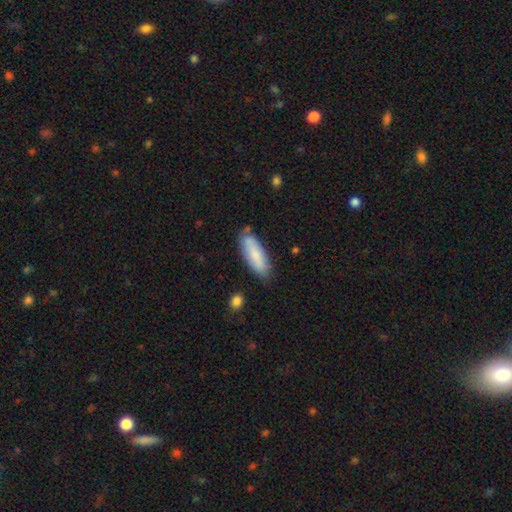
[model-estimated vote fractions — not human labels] A smooth galaxy with no disk features (79%) that is in between round and cigar-shaped (58%). Merging: none (74%).